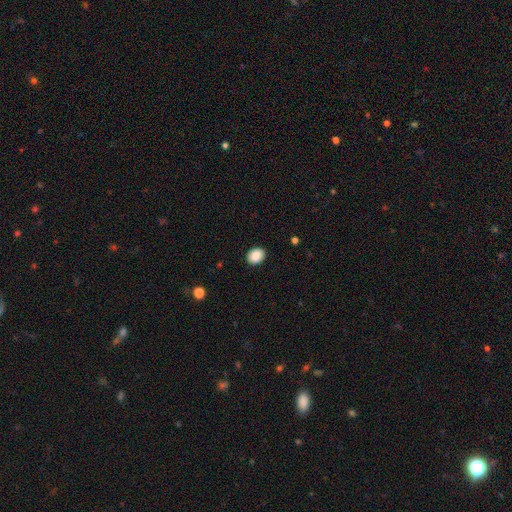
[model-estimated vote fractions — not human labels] The model was most divided on "how rounded": in between: 53%, round: 47%, cigar-shaped: 1%. More confident: merging — none (90%); smooth or featured — smooth (87%).